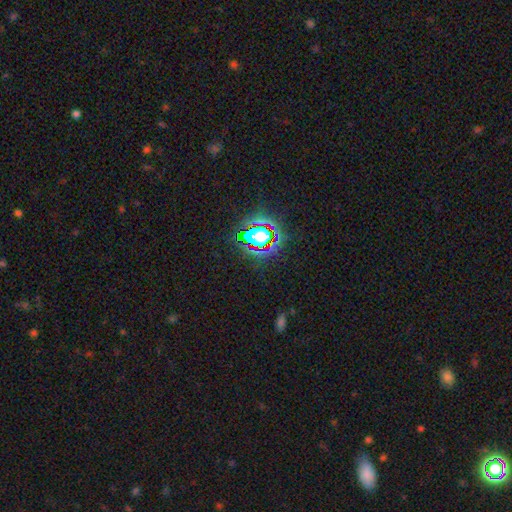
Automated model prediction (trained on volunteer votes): This appears to be a star or artifact, not a galaxy (78%).